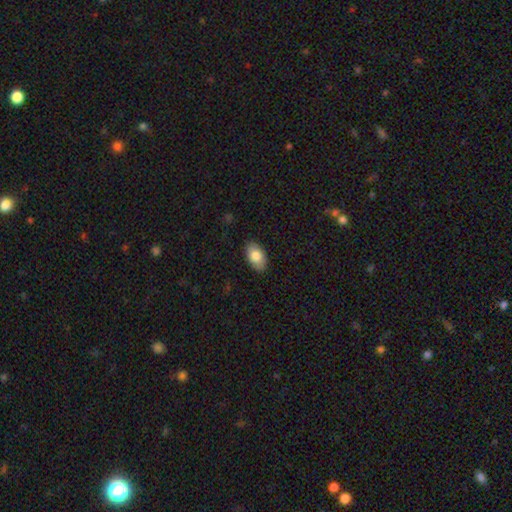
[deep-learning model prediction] Overall: smooth (82%). How rounded: in between (93%). Merging: none (88%).